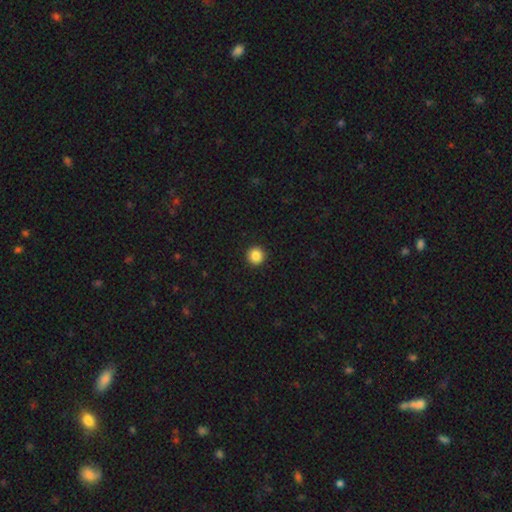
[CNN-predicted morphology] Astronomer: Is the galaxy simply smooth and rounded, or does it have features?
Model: smooth — 87%.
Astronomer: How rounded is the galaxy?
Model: round — 96%.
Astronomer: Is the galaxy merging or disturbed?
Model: none — 94%.